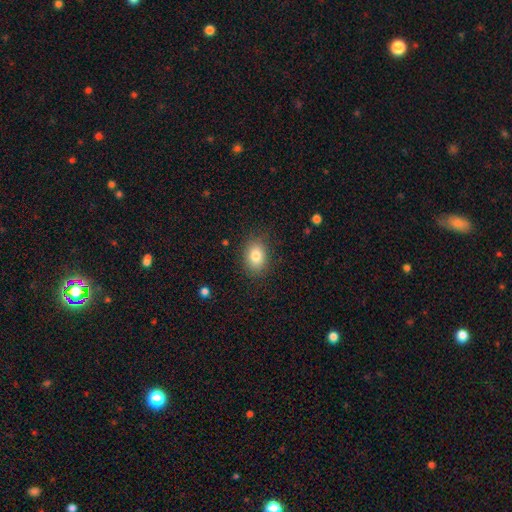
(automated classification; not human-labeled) A smooth galaxy with no disk features (82%) that is in between round and cigar-shaped (68%).

Vote fractions:
- Smooth or featured? smooth: 82% / star or artifact: 9% / featured or disk: 8%
- How rounded? in between: 68% / round: 31% / cigar-shaped: 1%
- Merging? none: 85% / minor disturbance: 10% / major disturbance: 3% / merger: 1%